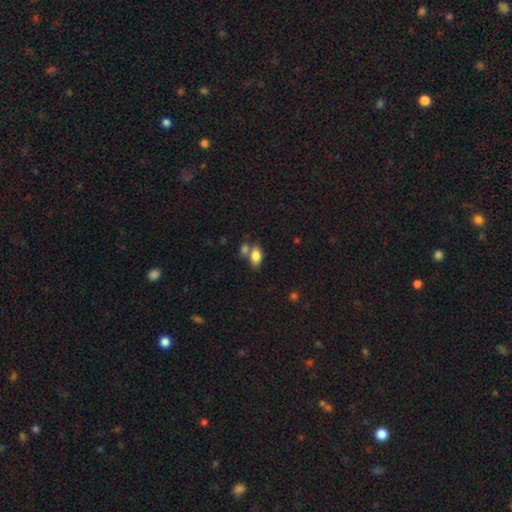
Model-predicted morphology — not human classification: Smooth or featured: smooth — 82% (featured or disk — 9%)
How rounded: in between — 89% (round — 9%)
Merging: none — 49% (merger — 34%)